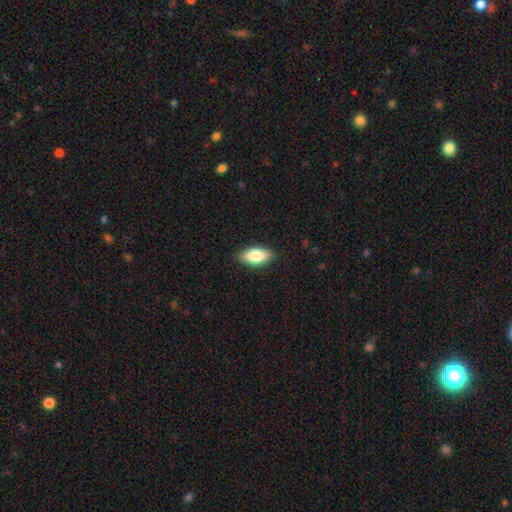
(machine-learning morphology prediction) This appears to be a smooth galaxy with no disk features (81%) that is in between round and cigar-shaped (89%). Merging: none (86%).